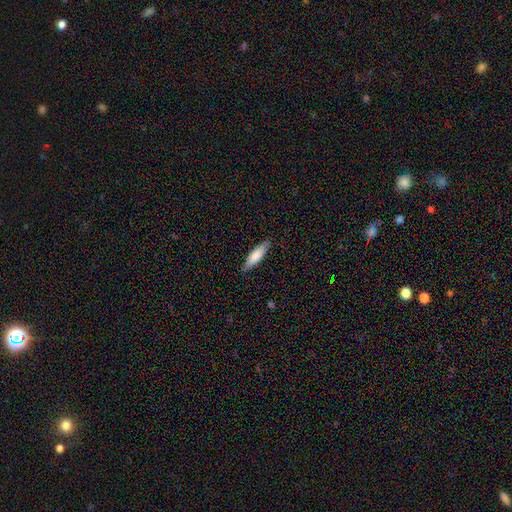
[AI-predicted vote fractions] Morphology: type=smooth (78%); roundness=cigar-shaped (63%); merging=none (85%).